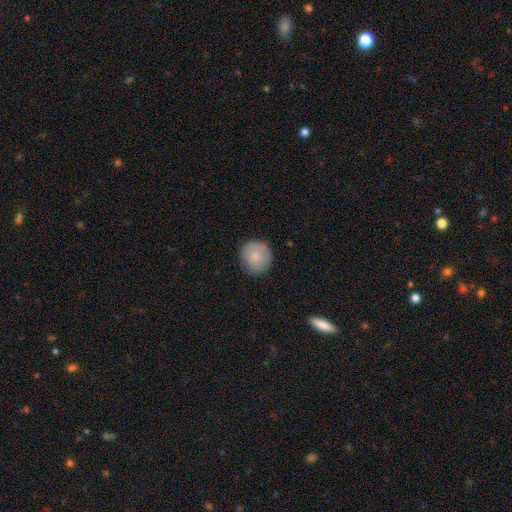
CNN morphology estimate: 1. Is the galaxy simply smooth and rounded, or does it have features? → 81% smooth, 12% featured or disk, 7% star or artifact.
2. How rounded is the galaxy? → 91% round, 8% in between, 1% cigar-shaped.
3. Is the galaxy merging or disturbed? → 83% none, 13% minor disturbance, 3% major disturbance, 1% merger.